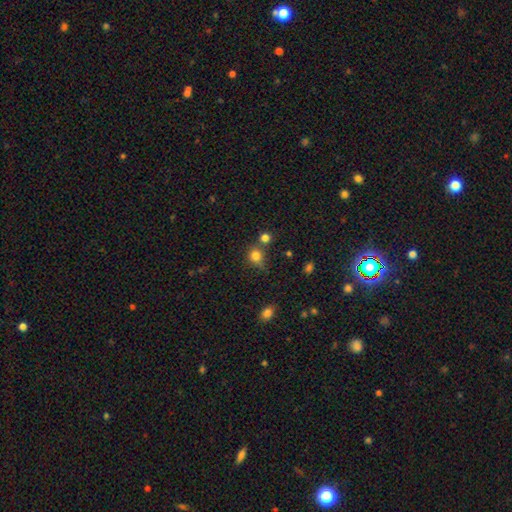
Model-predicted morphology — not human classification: A smooth galaxy with no disk features (79%) that is round (79%).

Vote fractions:
- Smooth or featured? smooth: 79% / star or artifact: 14% / featured or disk: 7%
- How rounded? round: 79% / in between: 20% / cigar-shaped: 1%
- Merging? none: 55% / merger: 22% / minor disturbance: 16% / major disturbance: 7%